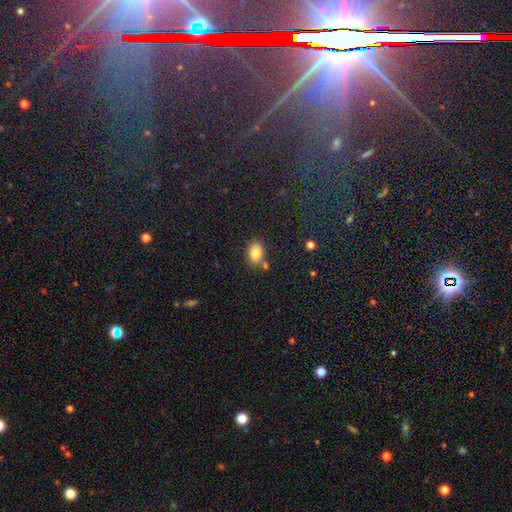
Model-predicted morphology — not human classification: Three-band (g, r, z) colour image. It shows a smooth galaxy with no disk features (83%) that is in between round and cigar-shaped (79%). Merging: none (74%).